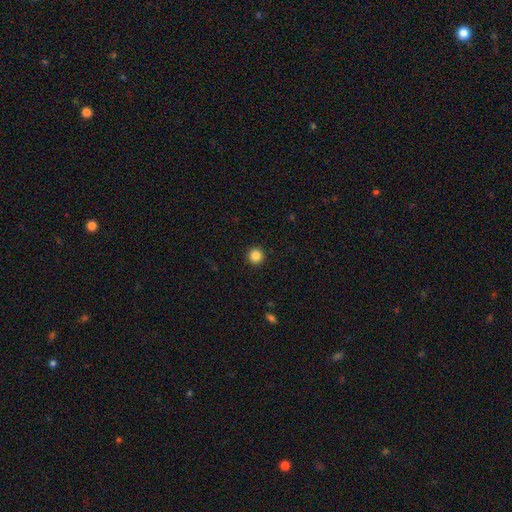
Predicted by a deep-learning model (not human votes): A smooth galaxy with no disk features (85%) that is round (96%).

Vote fractions:
- Smooth or featured? smooth: 85% / star or artifact: 11% / featured or disk: 4%
- How rounded? round: 96% / in between: 3% / cigar-shaped: 1%
- Merging? none: 93% / minor disturbance: 4% / major disturbance: 2% / merger: 1%